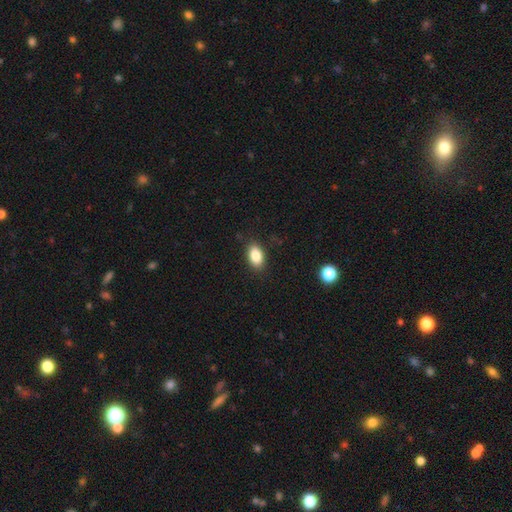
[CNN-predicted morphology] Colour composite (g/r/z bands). It shows a smooth galaxy with no disk features (86%) that is in between round and cigar-shaped (90%). Merging: none (86%).